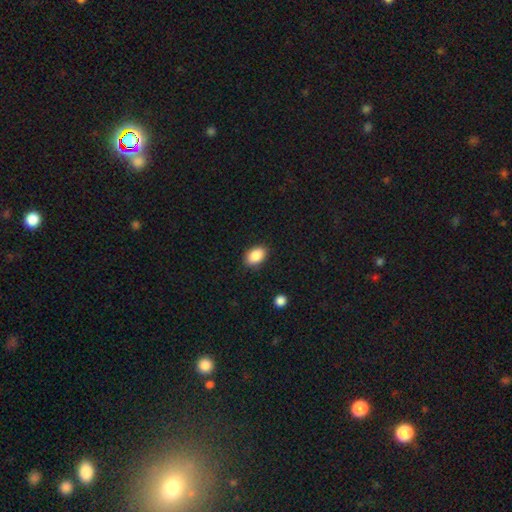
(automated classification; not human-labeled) Q: Smooth or featured?
A: smooth (88%); runner-up: star or artifact (8%)
Q: How rounded?
A: in between (87%); runner-up: round (11%)
Q: Merging?
A: none (87%); runner-up: minor disturbance (9%)